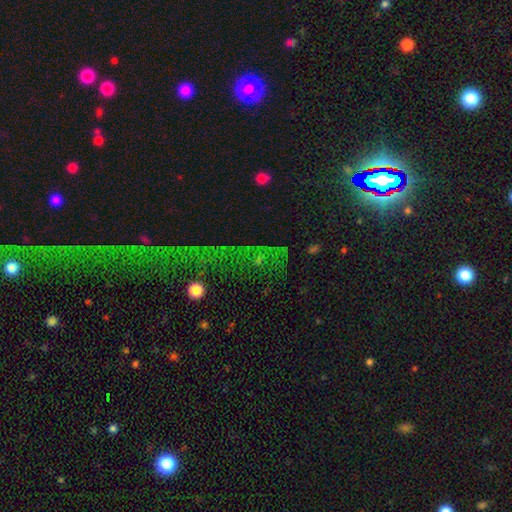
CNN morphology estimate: A star or artifact, not a galaxy (80%).

Vote fractions:
- Smooth or featured? star or artifact: 80% / featured or disk: 10% / smooth: 10%